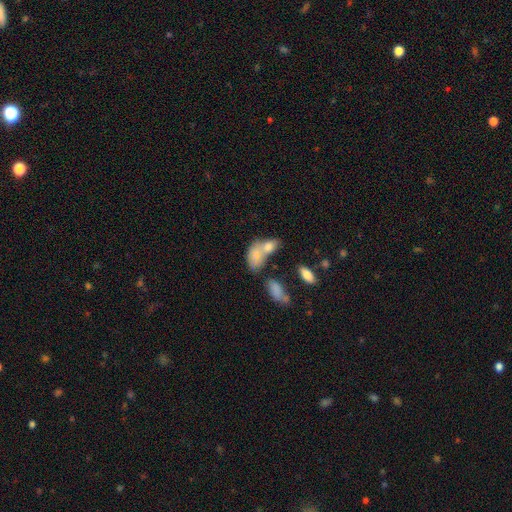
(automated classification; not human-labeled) This appears to be a smooth galaxy with no disk features (74%) that is in between round and cigar-shaped (87%). Merging: merger (55%).